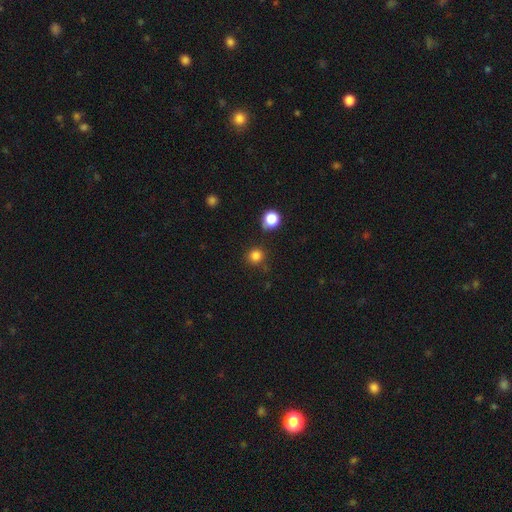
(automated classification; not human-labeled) Overall: smooth (81%). How rounded: round (92%). Merging: none (84%).